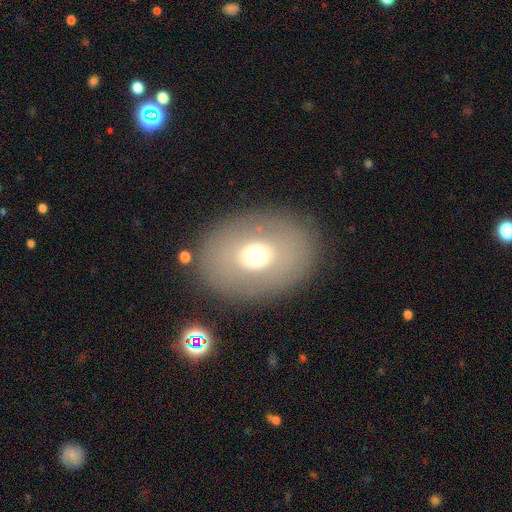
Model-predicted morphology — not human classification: smooth_or_featured: smooth (p=0.59) [alt: featured or disk p=0.29]
how_rounded: in between (p=0.63) [alt: round p=0.36]
merging: none (p=0.83) [alt: minor disturbance p=0.09]